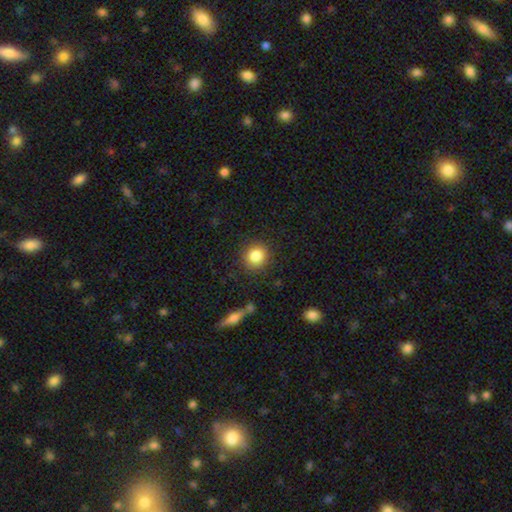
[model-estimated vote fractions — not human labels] Smooth or featured? smooth (85%)
How rounded? round (85%)
Merging? none (87%)